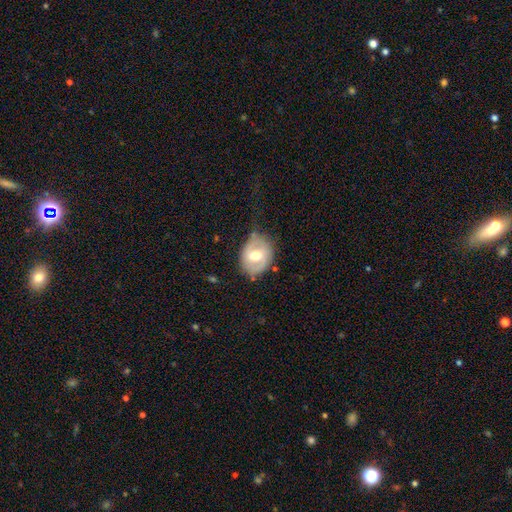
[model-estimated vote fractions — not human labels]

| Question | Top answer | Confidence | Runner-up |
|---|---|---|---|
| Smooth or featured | featured or disk | 53% | smooth (41%) |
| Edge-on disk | no | 95% | yes (5%) |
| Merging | none | 64% | minor disturbance (25%) |